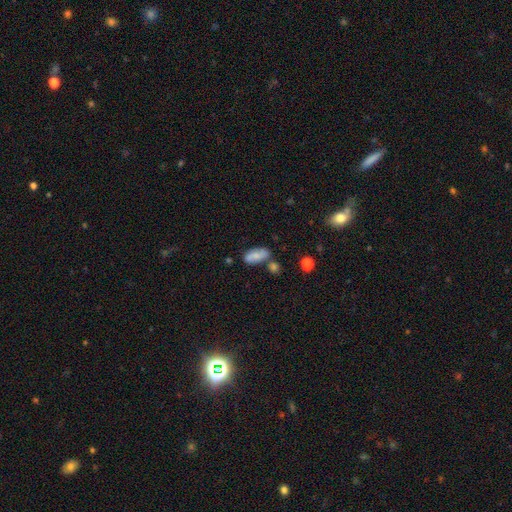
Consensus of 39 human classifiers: Q: Smooth or featured?
A: smooth (59%); runner-up: featured or disk (33%)
Q: How rounded?
A: in between (100%)
Q: Merging?
A: none (64%); runner-up: merger (14%)